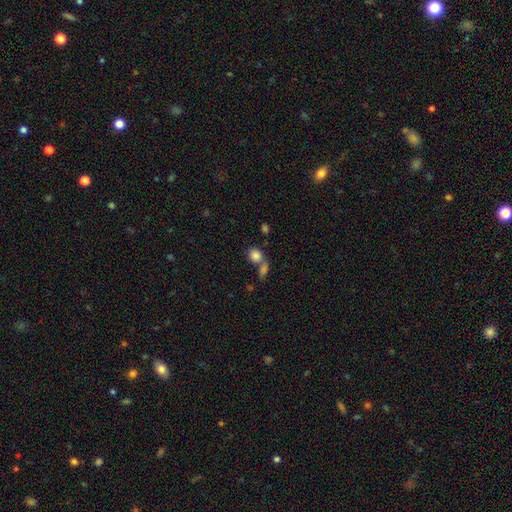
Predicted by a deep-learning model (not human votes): This appears to be a smooth galaxy with no disk features (83%) that is round (58%). Merging: merger (50%).